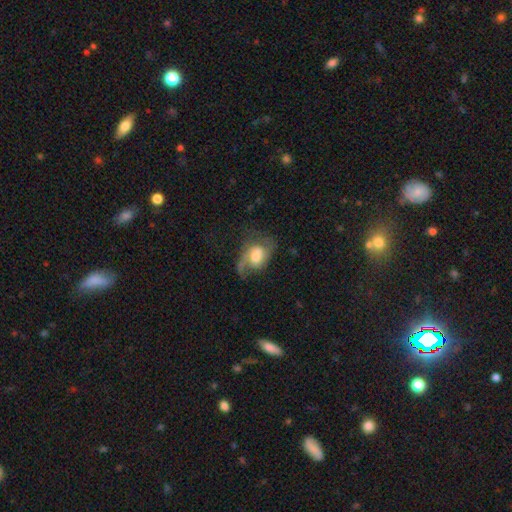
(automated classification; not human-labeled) smooth_or_featured: featured or disk (p=0.59) [alt: smooth p=0.33]
disk_edge_on: no (p=0.96) [alt: yes p=0.04]
bar: no (p=0.57) [alt: weak p=0.35]
has_spiral_arms: yes (p=0.76) [alt: no p=0.24]
bulge_size: moderate (p=0.48) [alt: large p=0.30]
merging: none (p=0.37) [alt: major disturbance p=0.34]